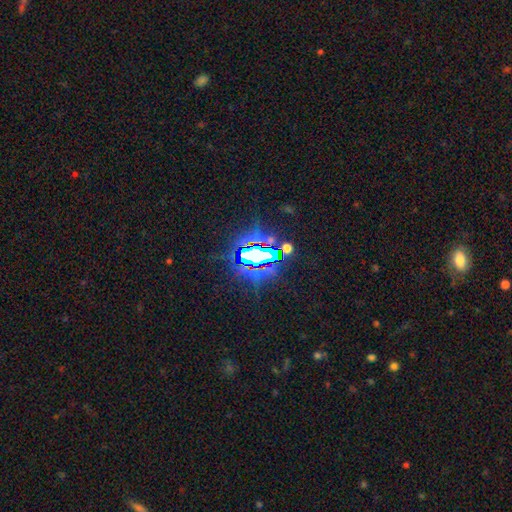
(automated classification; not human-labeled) This appears to be a star or artifact, not a galaxy (74%).